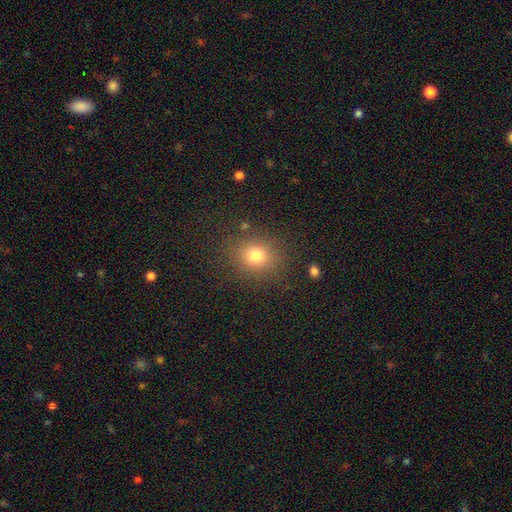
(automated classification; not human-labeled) Smooth or featured: smooth — 77% (star or artifact — 15%)
How rounded: round — 72% (in between — 27%)
Merging: none — 85% (minor disturbance — 9%)